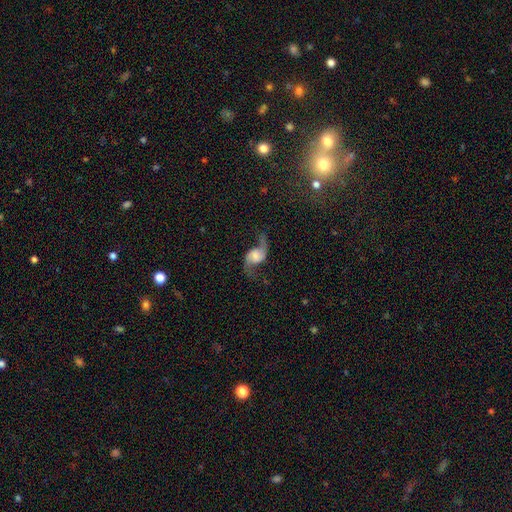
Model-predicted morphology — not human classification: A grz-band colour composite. It shows a featured or disk galaxy (85%) with no bar (54%), 2 (93%) loose (82%) spiral arms (96%) and a small central bulge (32%). Merging: none (72%).